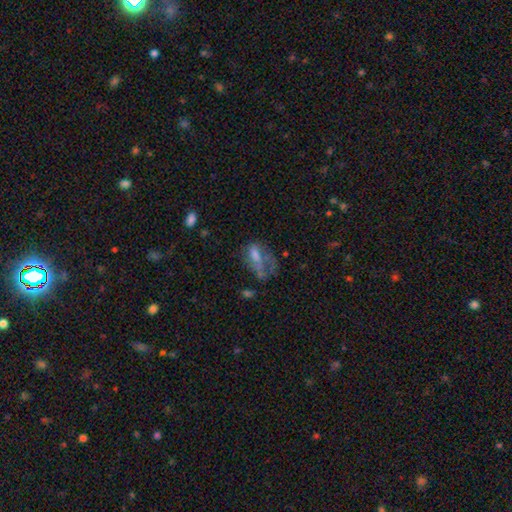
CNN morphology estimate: Smooth or featured: smooth — 42% (featured or disk — 41%)
Merging: major disturbance — 45% (none — 28%)